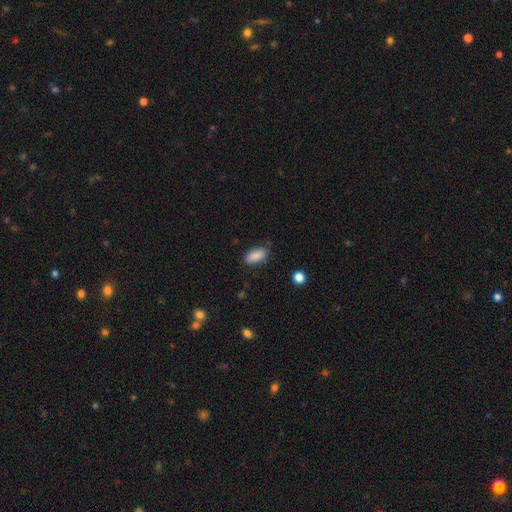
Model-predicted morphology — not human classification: Smooth or featured? smooth (88%)
How rounded? in between (88%)
Merging? none (81%)